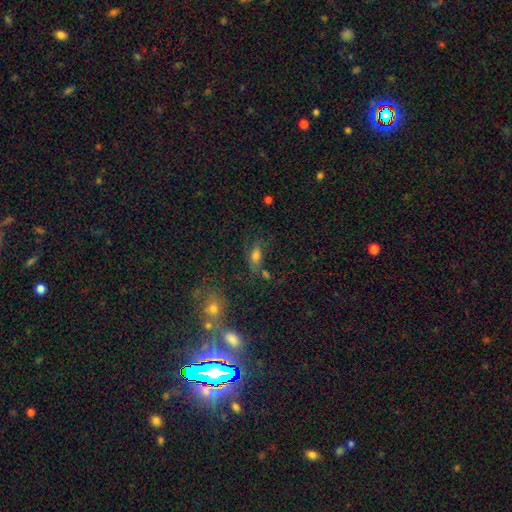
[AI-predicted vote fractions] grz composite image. It shows a smooth galaxy with no disk features (63%) that is in between round and cigar-shaped (77%). Merging: none (56%).